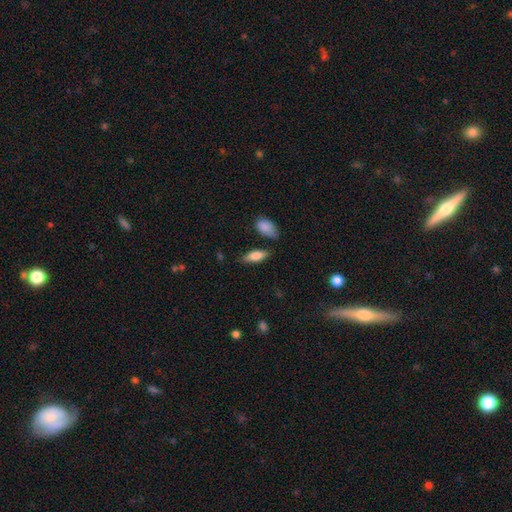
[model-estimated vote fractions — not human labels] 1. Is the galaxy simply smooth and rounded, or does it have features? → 77% smooth, 17% featured or disk, 7% star or artifact.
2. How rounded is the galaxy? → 68% in between, 29% cigar-shaped, 3% round.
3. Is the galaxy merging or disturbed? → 76% none, 16% minor disturbance, 5% merger, 4% major disturbance.